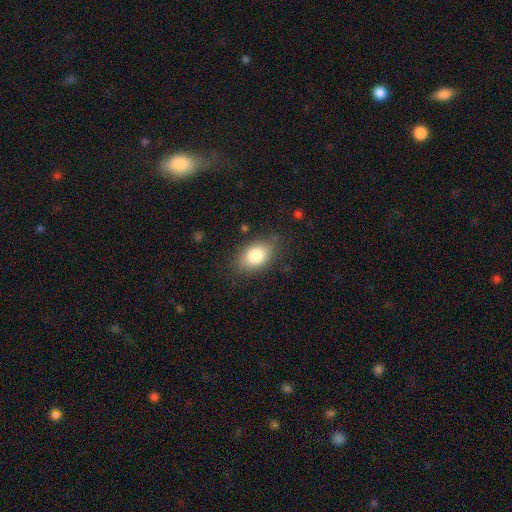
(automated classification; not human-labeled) Smooth or featured: smooth — 83% (featured or disk — 9%)
How rounded: in between — 86% (round — 12%)
Merging: none — 80% (minor disturbance — 15%)